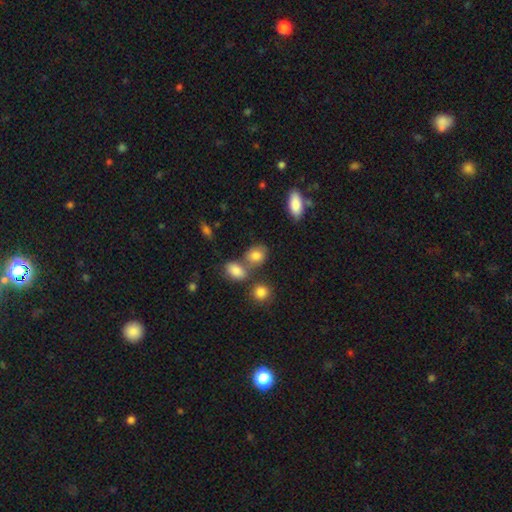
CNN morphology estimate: Smooth or featured?
  - smooth: 81% *
  - star or artifact: 10%
  - featured or disk: 8%
How rounded?
  - in between: 66% *
  - round: 33%
  - cigar-shaped: 2%
Merging?
  - none: 55% *
  - merger: 25%
  - minor disturbance: 14%
  - major disturbance: 5%